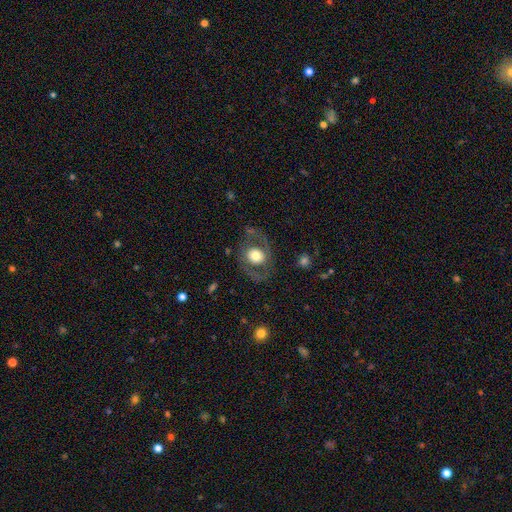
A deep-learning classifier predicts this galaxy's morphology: This is possibly a featured or disk galaxy (48%). Merging: likely none (72%).